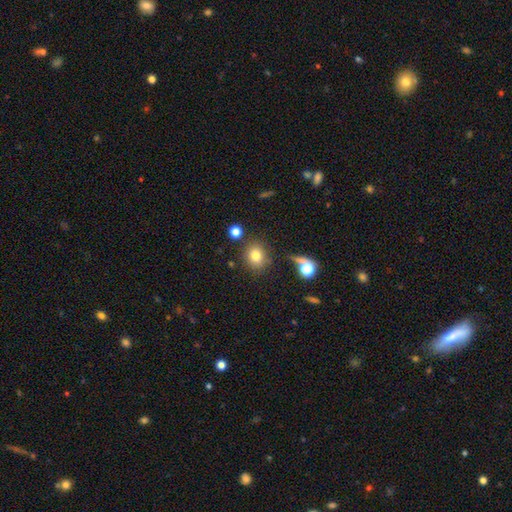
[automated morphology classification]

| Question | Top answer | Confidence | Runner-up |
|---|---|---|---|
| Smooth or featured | smooth | 78% | star or artifact (13%) |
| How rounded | round | 75% | in between (23%) |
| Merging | none | 78% | minor disturbance (11%) |